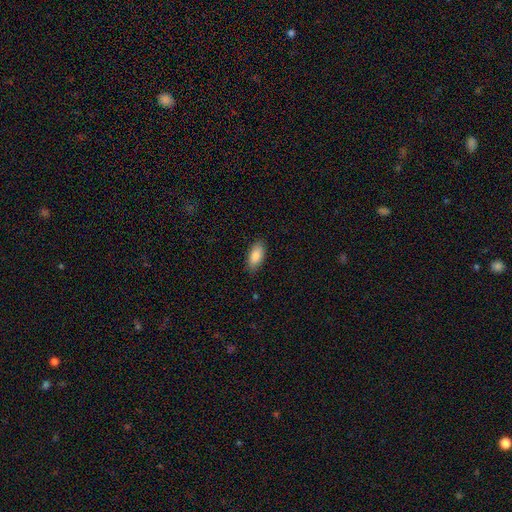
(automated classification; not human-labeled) Morphology: type=smooth (87%); roundness=in between (90%); merging=none (86%).